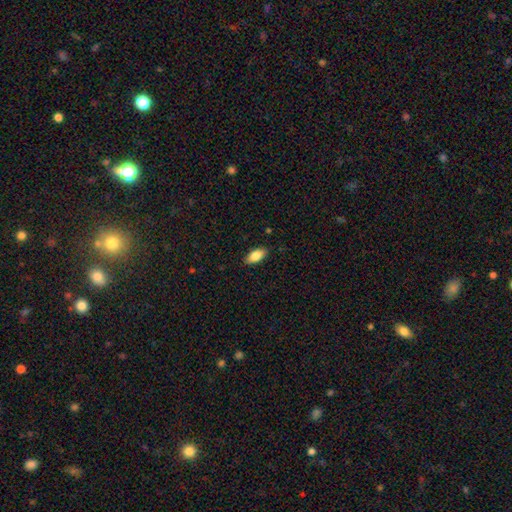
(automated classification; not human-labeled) This is clearly a smooth galaxy (85%). How rounded: clearly in between (91%). Merging: clearly none (87%).